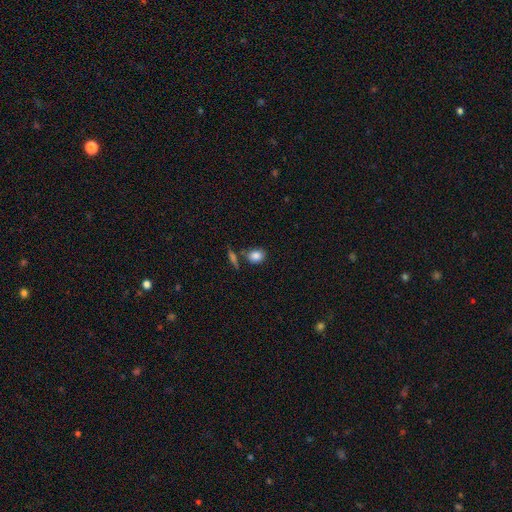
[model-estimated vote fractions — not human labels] Smooth or featured?
  - smooth: 84% *
  - star or artifact: 9%
  - featured or disk: 7%
How rounded?
  - in between: 49% *
  - round: 48%
  - cigar-shaped: 2%
Merging?
  - none: 67% *
  - merger: 15%
  - minor disturbance: 14%
  - major disturbance: 4%